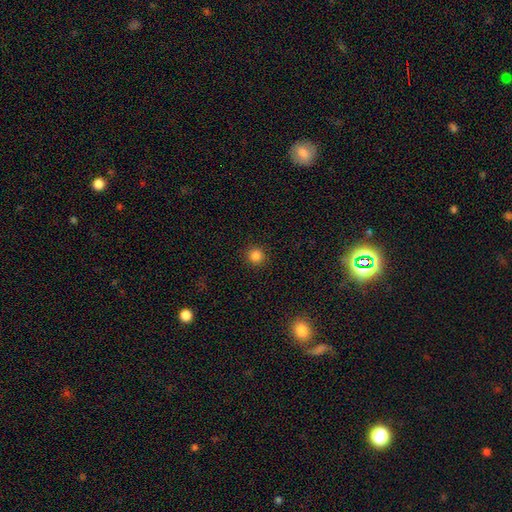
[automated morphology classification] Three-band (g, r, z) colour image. It shows a smooth galaxy with no disk features (84%) that is round (95%). Merging: none (92%).